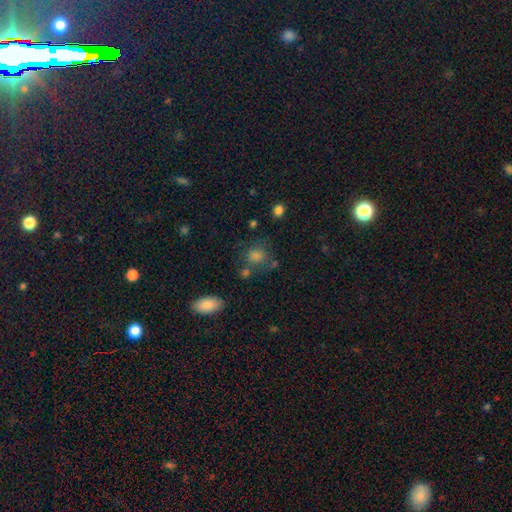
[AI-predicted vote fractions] smooth_or_featured: smooth (p=0.69) [alt: star or artifact p=0.20]
how_rounded: round (p=0.70) [alt: in between p=0.28]
merging: none (p=0.65) [alt: minor disturbance p=0.16]